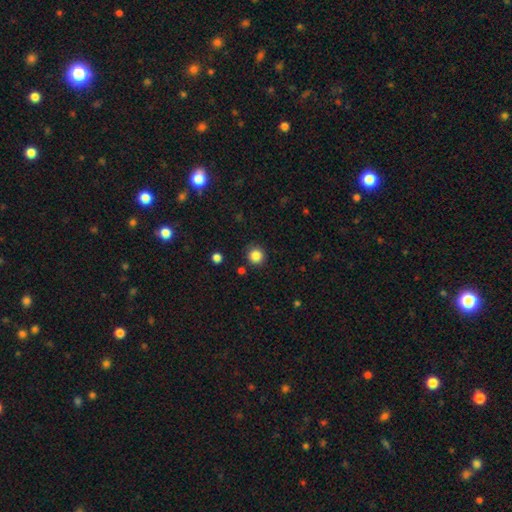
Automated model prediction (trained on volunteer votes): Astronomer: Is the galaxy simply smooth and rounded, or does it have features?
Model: smooth — 85%.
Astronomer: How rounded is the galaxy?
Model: round — 95%.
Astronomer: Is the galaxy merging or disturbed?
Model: none — 88%.